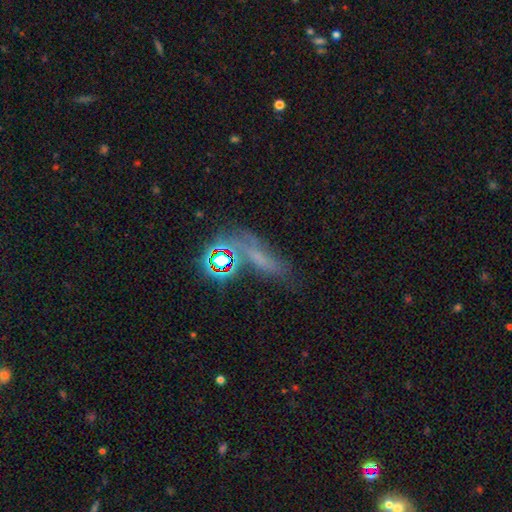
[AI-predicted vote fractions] Overall: star or artifact (45%; smooth 30%).